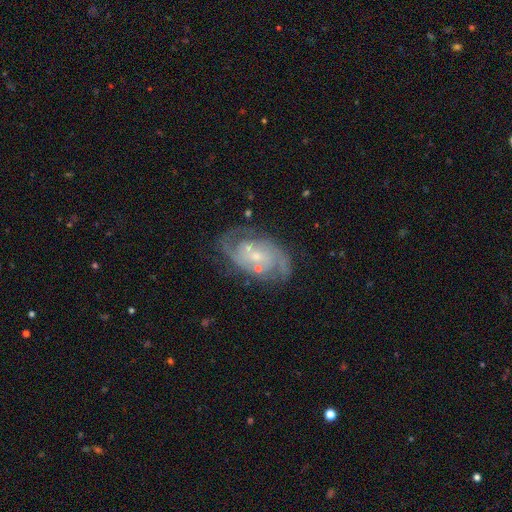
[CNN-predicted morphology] This appears to be a featured or disk galaxy (84%) with no bar (59%), 2 (63%) tight (44%) spiral arms (93%) and a small central bulge (69%). Merging: none (64%).